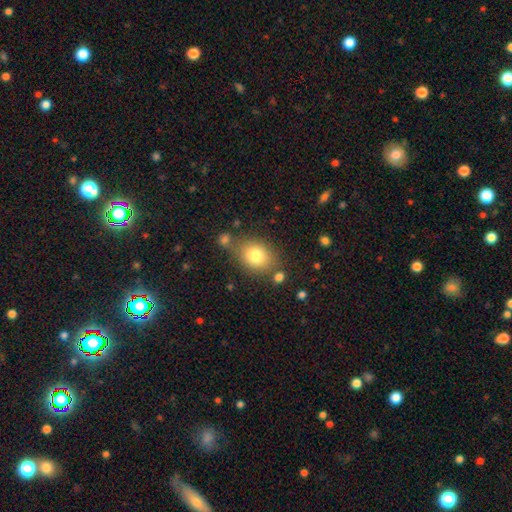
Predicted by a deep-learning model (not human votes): This is likely a smooth galaxy (79%). How rounded: possibly in between (50%). Merging: likely none (67%).